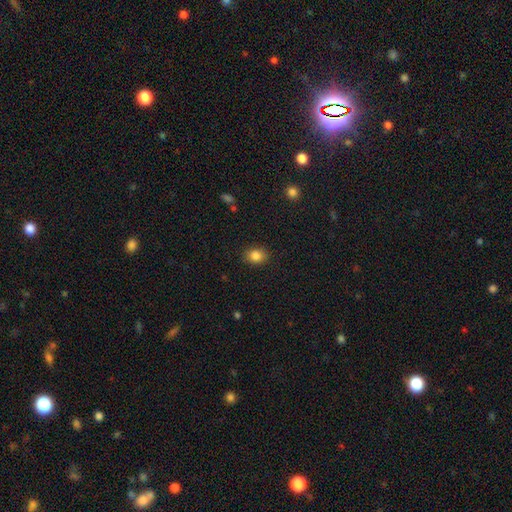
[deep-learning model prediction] Smooth or featured? Predicted: smooth (p=0.84). How rounded? Predicted: in between (p=0.55). Merging? Predicted: none (p=0.88).